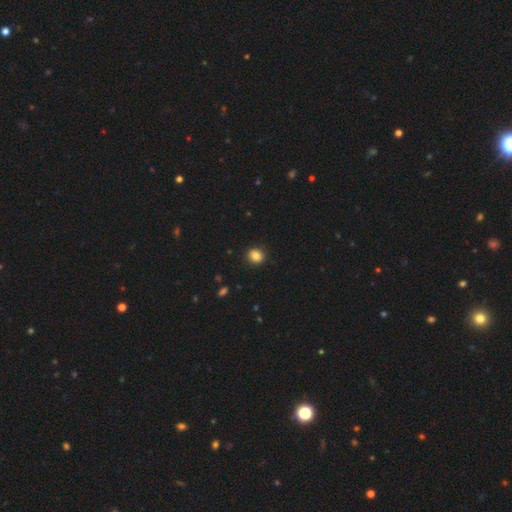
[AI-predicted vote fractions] This appears to be a smooth galaxy with no disk features (85%) that is round (75%). Merging: none (91%).